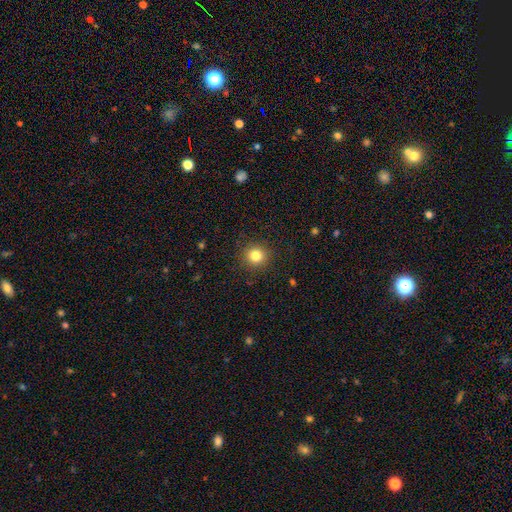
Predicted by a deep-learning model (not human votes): A smooth galaxy with no disk features (82%) that is round (93%). Merging: none (91%).